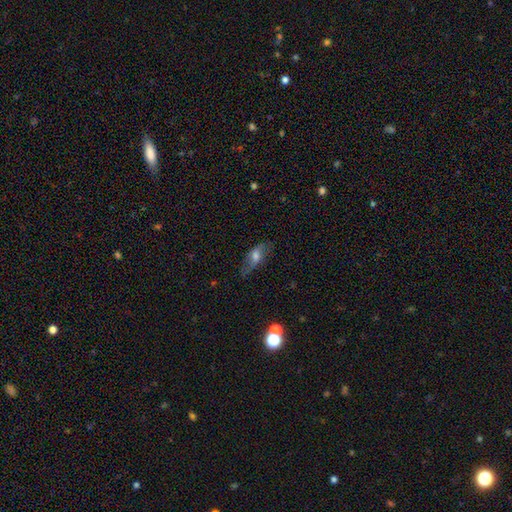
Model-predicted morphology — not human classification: A smooth galaxy with no disk features (48%).

Vote fractions:
- Smooth or featured? smooth: 48% / featured or disk: 42% / star or artifact: 10%
- Merging? none: 65% / minor disturbance: 23% / major disturbance: 10% / merger: 2%